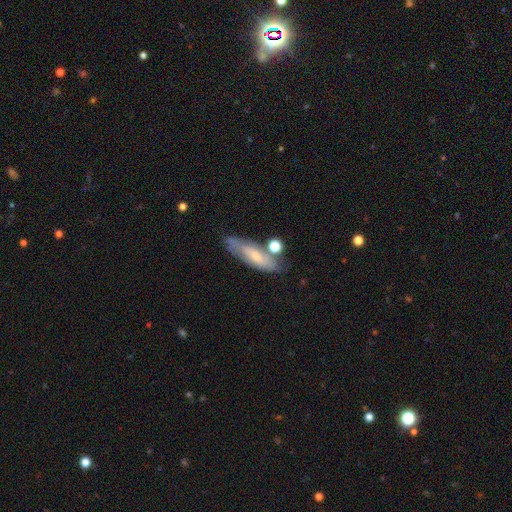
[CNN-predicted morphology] The model was most divided on "smooth or featured": smooth: 48%, featured or disk: 44%, star or artifact: 9%. More confident: merging — none (59%).